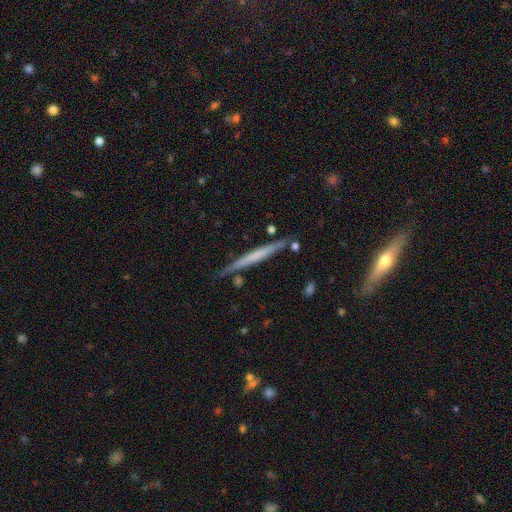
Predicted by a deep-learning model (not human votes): Overall: featured or disk (51%; smooth 42%). Edge-on disk: yes (96%). Merging: none (82%).